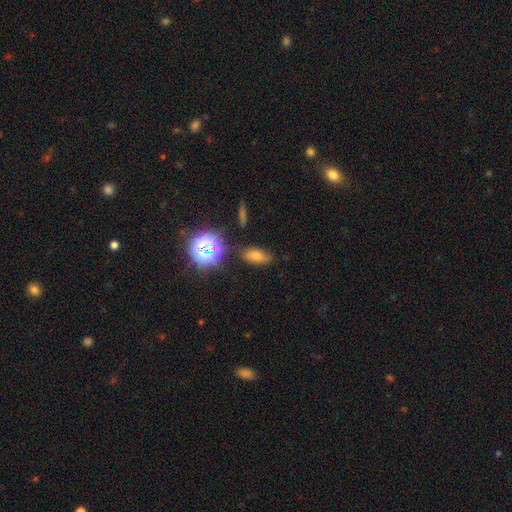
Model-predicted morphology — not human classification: type=smooth (60%); roundness=in between (81%); merging=none (82%).